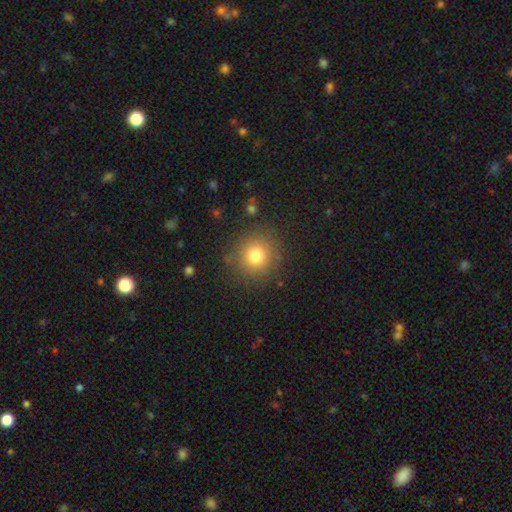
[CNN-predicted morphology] A smooth galaxy with no disk features (78%) that is round (91%). Merging: none (86%).